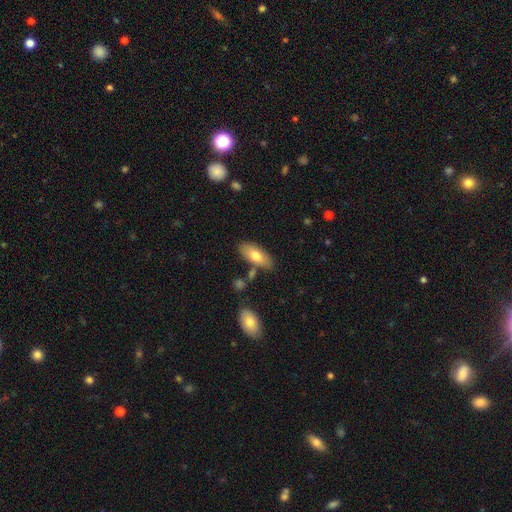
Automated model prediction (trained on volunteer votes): smooth_or_featured: smooth (p=0.72) [alt: featured or disk p=0.22]
how_rounded: in between (p=0.84) [alt: cigar-shaped p=0.14]
merging: none (p=0.77) [alt: minor disturbance p=0.14]